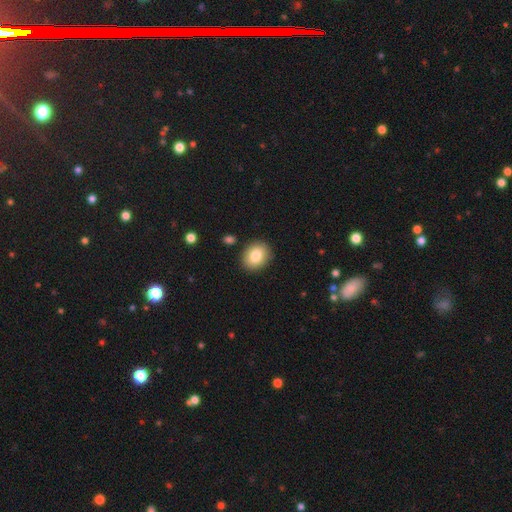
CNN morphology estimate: type=smooth (84%); roundness=round (50%); merging=none (88%).